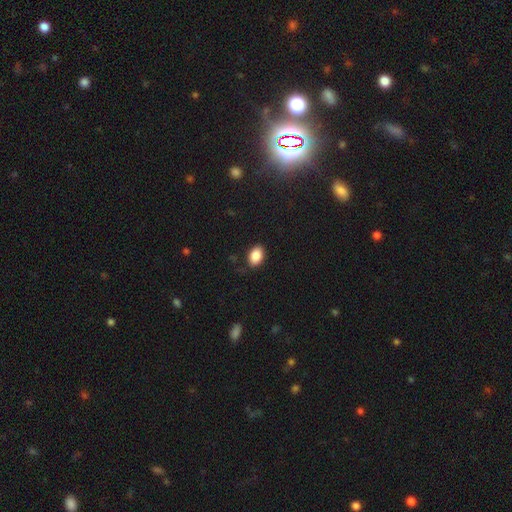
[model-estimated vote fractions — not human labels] A smooth galaxy with no disk features (88%) that is in between round and cigar-shaped (84%).

Vote fractions:
- Smooth or featured? smooth: 88% / star or artifact: 8% / featured or disk: 4%
- How rounded? in between: 84% / round: 15% / cigar-shaped: 1%
- Merging? none: 84% / minor disturbance: 12% / major disturbance: 3% / merger: 1%